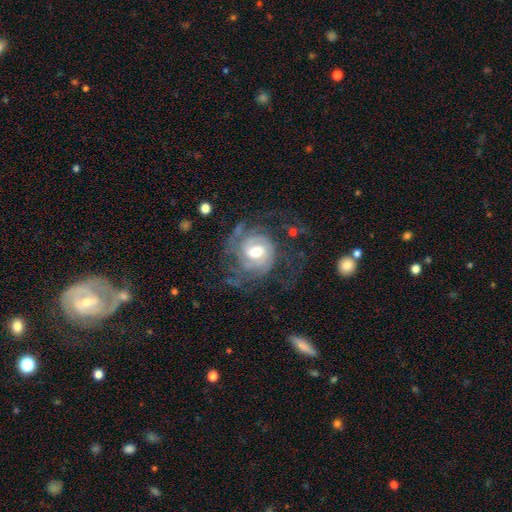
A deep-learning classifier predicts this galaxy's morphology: smooth-or-featured: featured or disk: 74% | smooth: 16% | star or artifact: 10%
  disk-edge-on: no: 97% | yes: 3%
    bar: no: 57% | weak: 33% | strong: 10%
    has-spiral-arms: yes: 84% | no: 16%
      spiral-winding: tight: 49% | medium: 35% | loose: 16%
      spiral-arm-count: can't tell: 37% | 2: 29% | 3: 15% | 1: 8% | 4: 6% | more than 4: 5%
    bulge-size: moderate: 66% | small: 16% | large: 15% | dominant: 2% | none: 2%
  merging: none: 57% | major disturbance: 22% | minor disturbance: 17% | merger: 3%